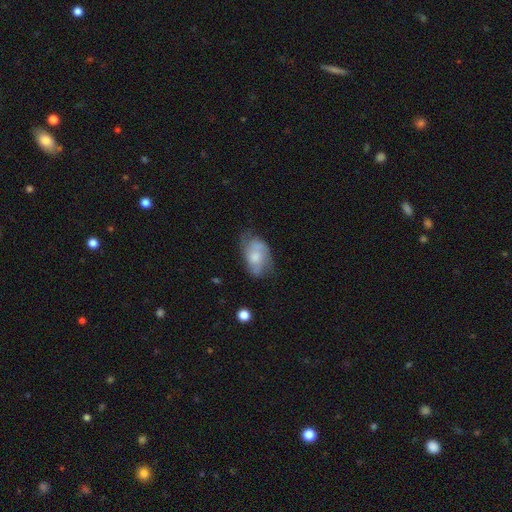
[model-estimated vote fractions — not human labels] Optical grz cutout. It shows a featured or disk galaxy (52%). Merging: none (53%).